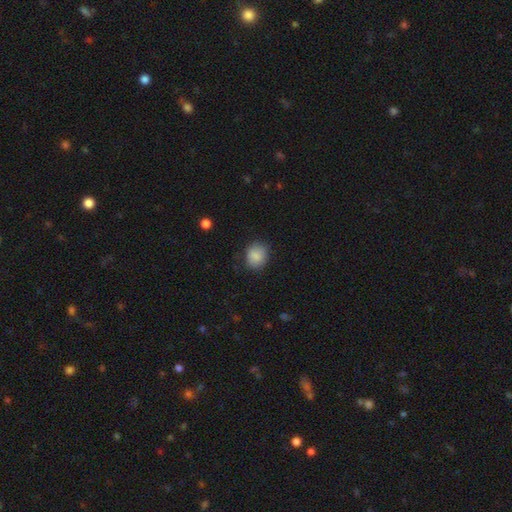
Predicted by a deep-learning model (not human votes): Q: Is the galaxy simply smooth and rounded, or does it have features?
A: smooth — 87%.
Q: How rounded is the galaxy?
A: round — 59%.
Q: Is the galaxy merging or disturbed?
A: none — 80%.